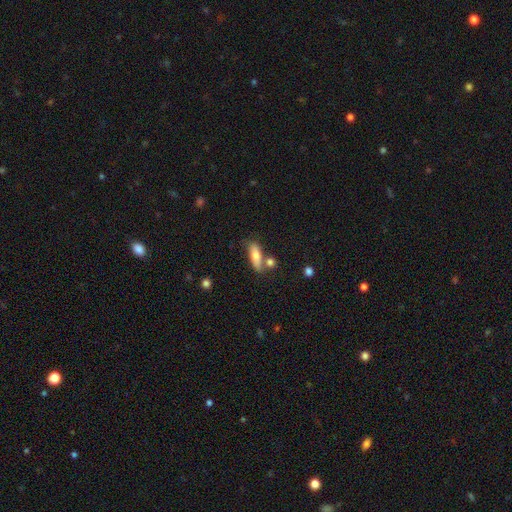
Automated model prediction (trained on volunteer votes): This appears to be a smooth galaxy with no disk features (70%) that is in between round and cigar-shaped (57%). Merging: none (59%).